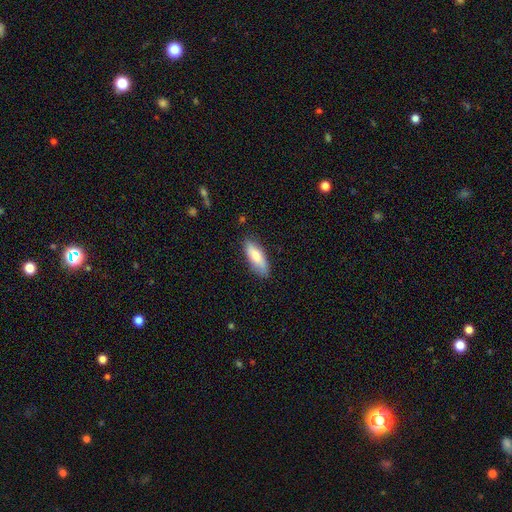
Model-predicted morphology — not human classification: This is likely a smooth galaxy (74%). How rounded: likely in between (66%). Merging: clearly none (83%).